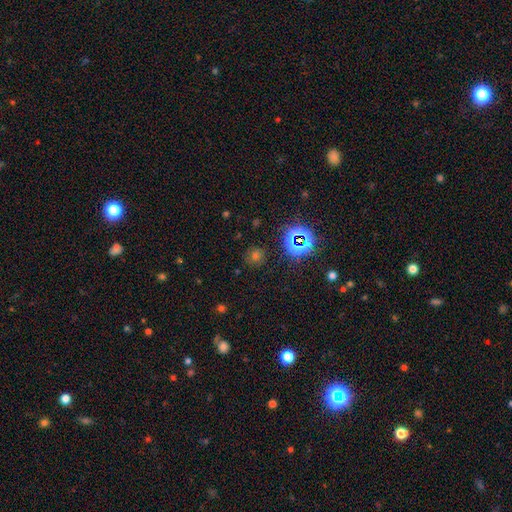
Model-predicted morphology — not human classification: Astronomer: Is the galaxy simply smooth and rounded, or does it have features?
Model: smooth — 49% (runner-up: star or artifact, 42%).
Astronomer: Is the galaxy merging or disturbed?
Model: none — 85%.